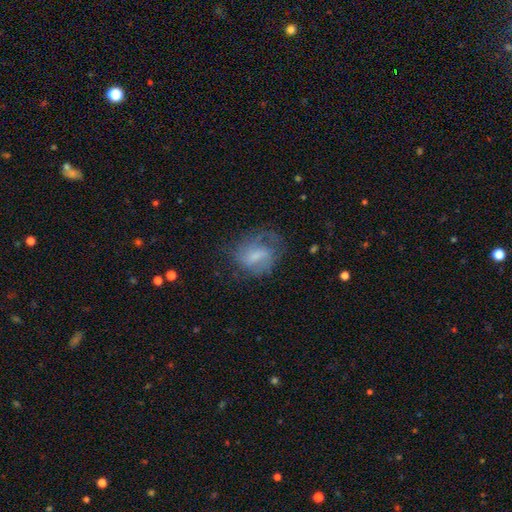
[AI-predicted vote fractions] A featured or disk galaxy (59%) with a weak bar (52%), spiral arms (80%) and a small central bulge (33%).

Vote fractions:
- Smooth or featured? featured or disk: 59% / smooth: 32% / star or artifact: 9%
- Edge-on disk? no: 96% / yes: 4%
- Bar? weak: 52% / no: 26% / strong: 22%
- Spiral arms? yes: 80% / no: 20%
- Bulge size? small: 33% / none: 31% / moderate: 28% / large: 7% / dominant: 1%
- Merging? none: 54% / minor disturbance: 24% / major disturbance: 20% / merger: 2%